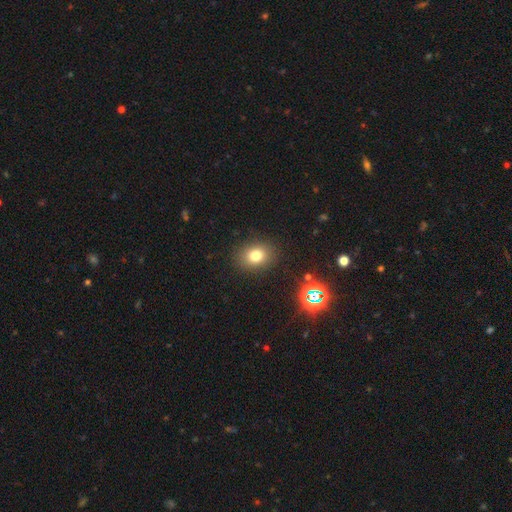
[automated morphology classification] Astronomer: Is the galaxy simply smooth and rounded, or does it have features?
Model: smooth — 77%.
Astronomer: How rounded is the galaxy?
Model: in between — 53% (runner-up: round, 46%).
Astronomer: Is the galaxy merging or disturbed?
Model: none — 87%.